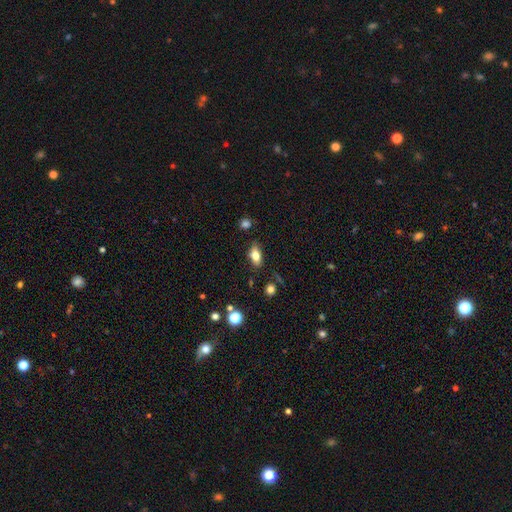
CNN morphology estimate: This appears to be a smooth galaxy with no disk features (75%) that is in between round and cigar-shaped (85%). Merging: none (79%).